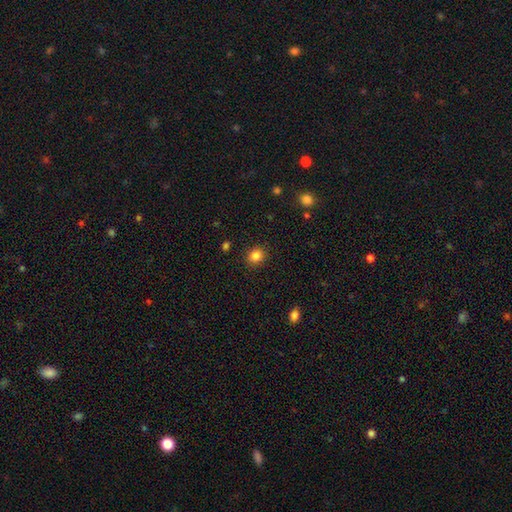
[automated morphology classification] type=smooth (84%); roundness=round (74%); merging=none (89%).